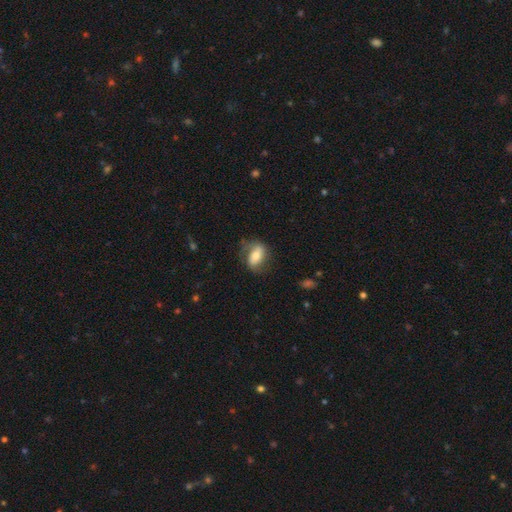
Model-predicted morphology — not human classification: smooth-or-featured: smooth: 55% | featured or disk: 38% | star or artifact: 7%
  how-rounded: in between: 82% | round: 12% | cigar-shaped: 6%
  merging: none: 58% | minor disturbance: 25% | major disturbance: 15% | merger: 2%